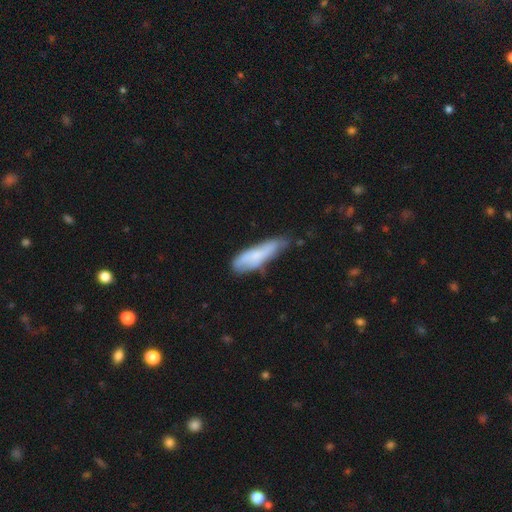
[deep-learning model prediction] Smooth or featured: smooth — 68% (featured or disk — 26%)
How rounded: cigar-shaped — 60% (in between — 38%)
Merging: none — 46% (minor disturbance — 39%)